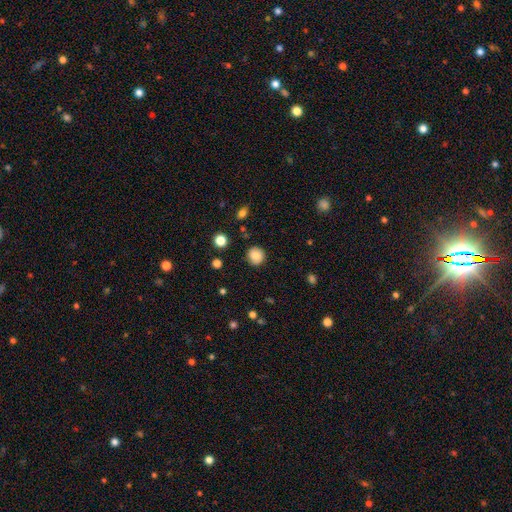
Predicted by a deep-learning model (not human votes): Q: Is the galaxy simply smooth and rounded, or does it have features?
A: smooth — 82%.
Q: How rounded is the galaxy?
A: round — 91%.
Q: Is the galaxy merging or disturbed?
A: none — 87%.